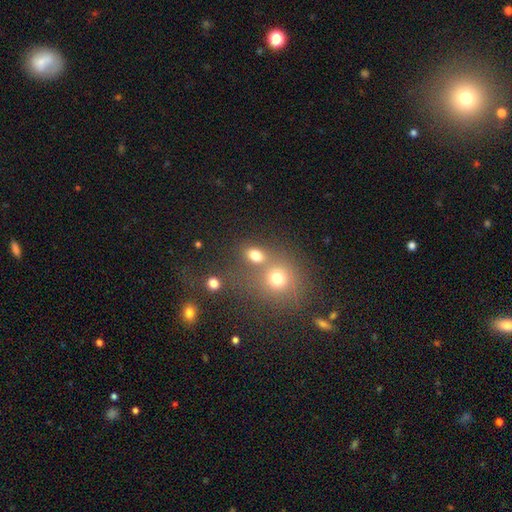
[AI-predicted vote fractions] The model was most divided on "how rounded": round: 52%, in between: 46%, cigar-shaped: 2%. More confident: smooth or featured — smooth (75%); merging — none (56%).